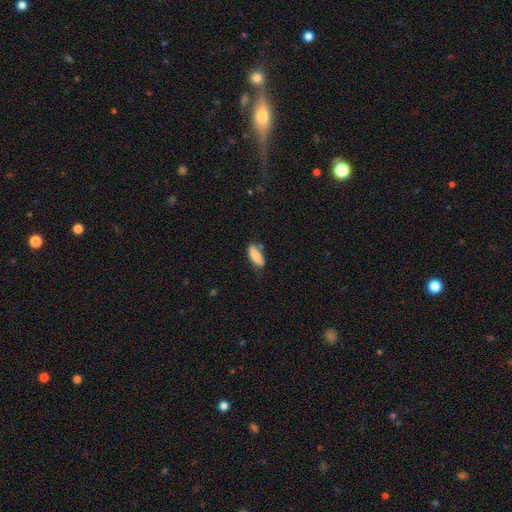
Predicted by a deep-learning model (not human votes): This is clearly a smooth galaxy (84%). How rounded: likely in between (76%). Merging: likely none (65%).